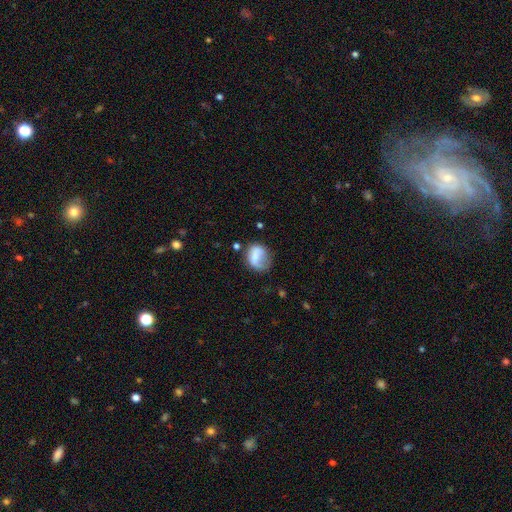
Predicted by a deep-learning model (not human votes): smooth-or-featured: smooth: 63% | featured or disk: 29% | star or artifact: 9%
  how-rounded: round: 52% | in between: 47% | cigar-shaped: 1%
  merging: none: 41% | minor disturbance: 28% | major disturbance: 25% | merger: 6%